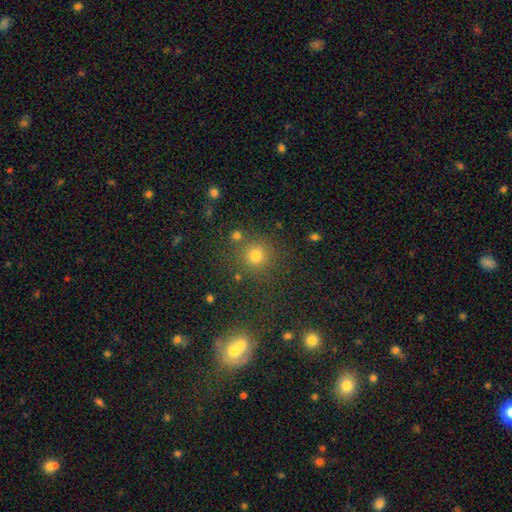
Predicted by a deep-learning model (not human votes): Overall: smooth (74%). How rounded: round (93%). Merging: none (81%).